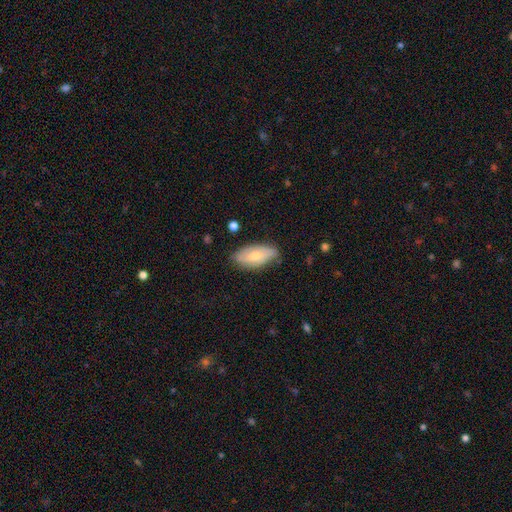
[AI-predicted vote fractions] The model was most divided on "smooth or featured": smooth: 58%, featured or disk: 35%, star or artifact: 6%. More confident: how rounded — in between (88%); merging — none (69%).